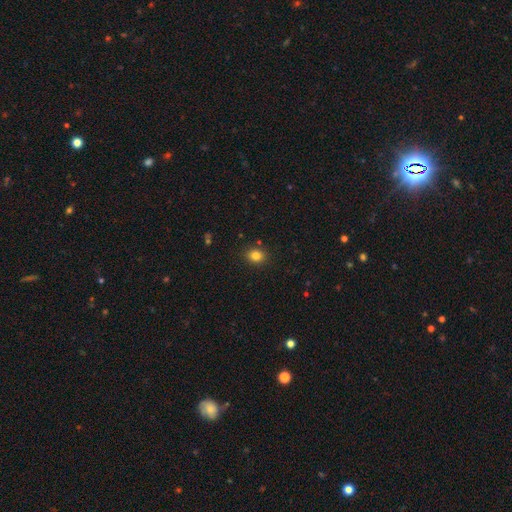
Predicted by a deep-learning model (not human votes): Smooth or featured?
  - smooth: 82% *
  - star or artifact: 12%
  - featured or disk: 6%
How rounded?
  - round: 58% *
  - in between: 41%
  - cigar-shaped: 1%
Merging?
  - none: 88% *
  - minor disturbance: 8%
  - major disturbance: 2%
  - merger: 2%